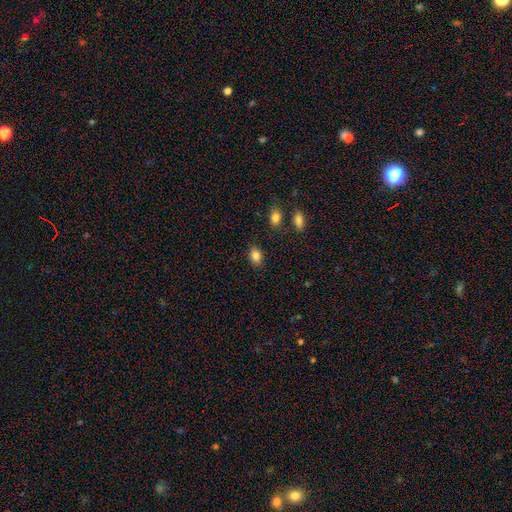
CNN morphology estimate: smooth_or_featured: smooth (p=0.84) [alt: star or artifact p=0.09]
how_rounded: in between (p=0.74) [alt: round p=0.25]
merging: none (p=0.86) [alt: minor disturbance p=0.10]